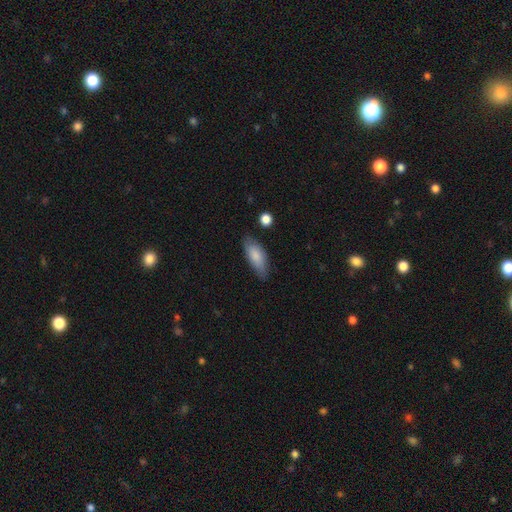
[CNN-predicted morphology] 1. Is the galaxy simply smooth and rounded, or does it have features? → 81% smooth, 13% featured or disk, 6% star or artifact.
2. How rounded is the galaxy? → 76% in between, 22% cigar-shaped, 2% round.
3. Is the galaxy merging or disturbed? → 75% none, 19% minor disturbance, 4% major disturbance, 2% merger.